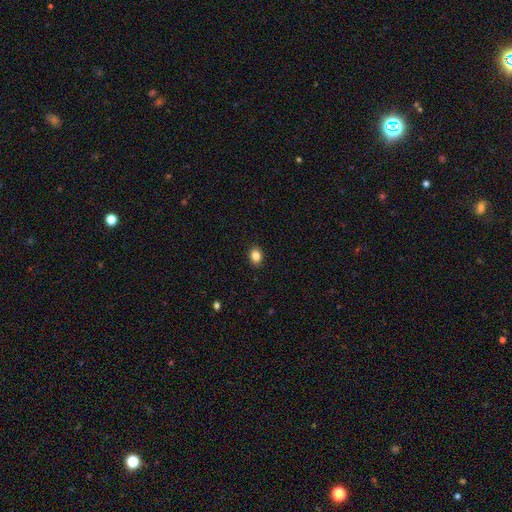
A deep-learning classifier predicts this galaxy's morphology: smooth 85%, star or artifact 10%, featured or disk 5%. Down the decision tree: how rounded — in between (55%); merging — none (90%).